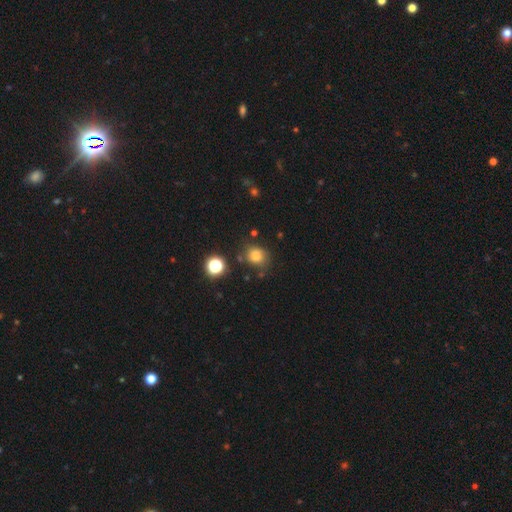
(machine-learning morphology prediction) smooth_or_featured: smooth (p=0.78) [alt: star or artifact p=0.15]
how_rounded: round (p=0.72) [alt: in between p=0.27]
merging: none (p=0.73) [alt: minor disturbance p=0.16]